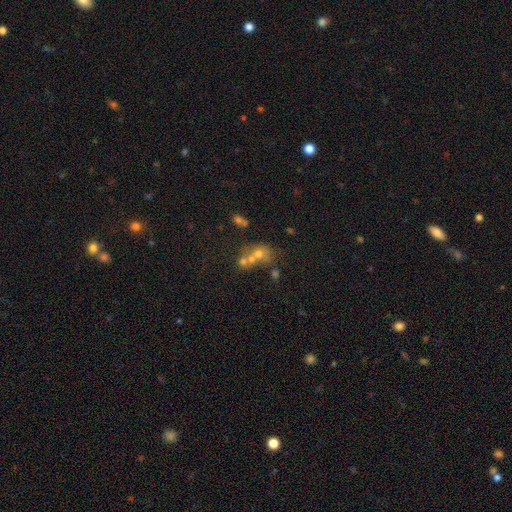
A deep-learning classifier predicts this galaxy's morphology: smooth-or-featured: smooth: 52% | featured or disk: 26% | star or artifact: 22%
  how-rounded: round: 67% | in between: 32% | cigar-shaped: 1%
  merging: merger: 56% | none: 30% | minor disturbance: 8% | major disturbance: 6%